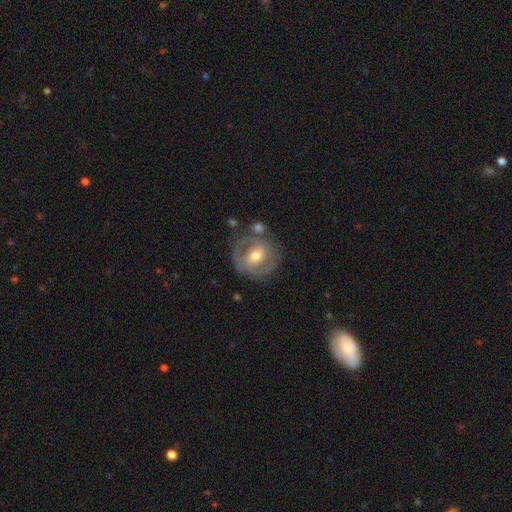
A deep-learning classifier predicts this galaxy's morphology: Smooth or featured? featured or disk (70%)
Edge-on disk? no (96%)
Bar? weak (44%)
Spiral arms? yes (66%)
Bulge size? moderate (74%)
Merging? none (70%)